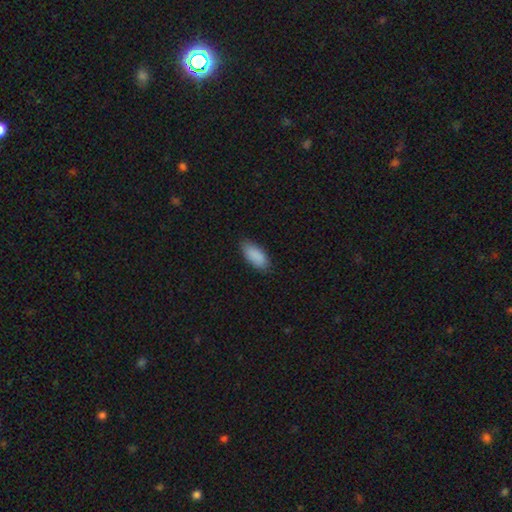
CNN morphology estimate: Smooth or featured?
  - smooth: 90% *
  - star or artifact: 6%
  - featured or disk: 4%
How rounded?
  - in between: 88% *
  - cigar-shaped: 11%
  - round: 2%
Merging?
  - none: 82% *
  - minor disturbance: 14%
  - major disturbance: 2%
  - merger: 1%